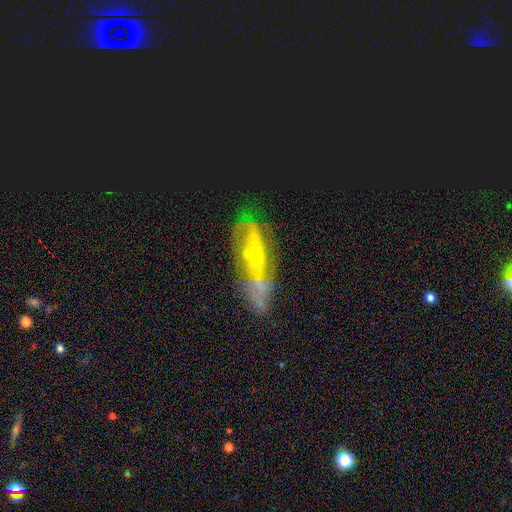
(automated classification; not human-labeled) The model was most divided on "merging": none: 49%, merger: 20%, minor disturbance: 18%, major disturbance: 13%. More confident: edge-on disk — no (76%); smooth or featured — featured or disk (59%).